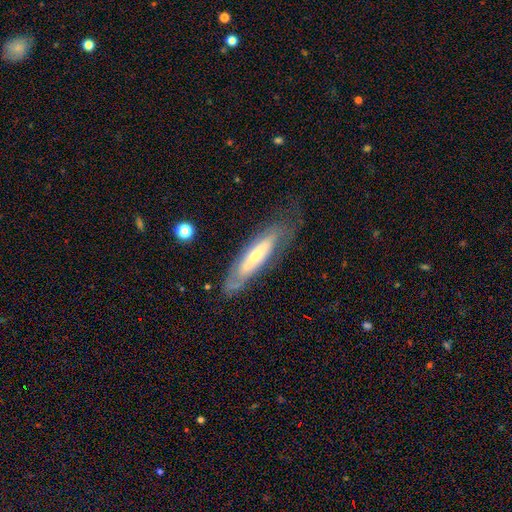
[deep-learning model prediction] Q: Smooth or featured?
A: featured or disk (63%); runner-up: smooth (29%)
Q: Edge-on disk?
A: yes (52%); runner-up: no (48%)
Q: Merging?
A: none (71%); runner-up: minor disturbance (20%)